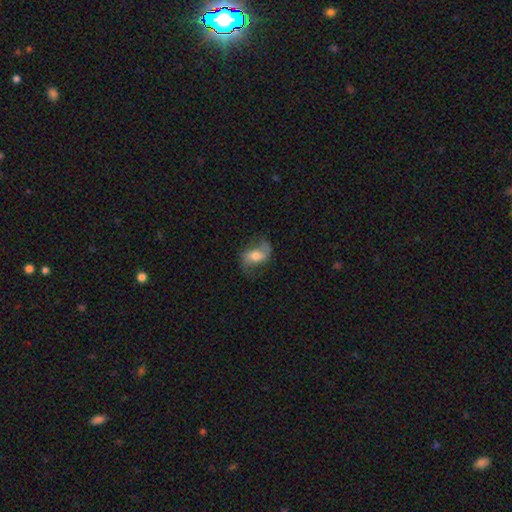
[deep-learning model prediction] Morphology: type=featured or disk (57%); edge-on=no (94%); bar=no (42%); spiral arms=yes (84%); bulge=moderate (64%); merging=none (64%).